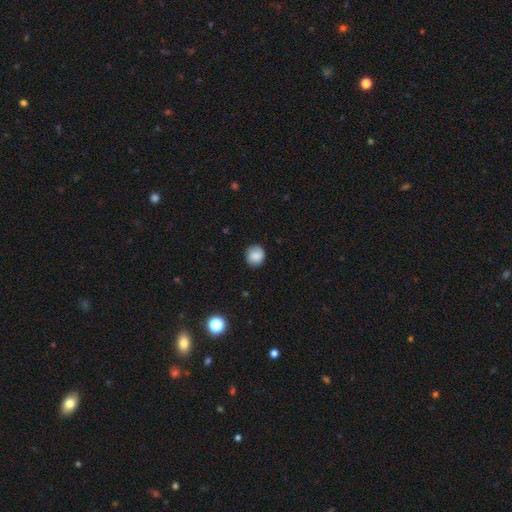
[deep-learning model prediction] Q: Smooth or featured?
A: smooth (85%); runner-up: star or artifact (8%)
Q: How rounded?
A: round (88%); runner-up: in between (11%)
Q: Merging?
A: none (87%); runner-up: minor disturbance (10%)